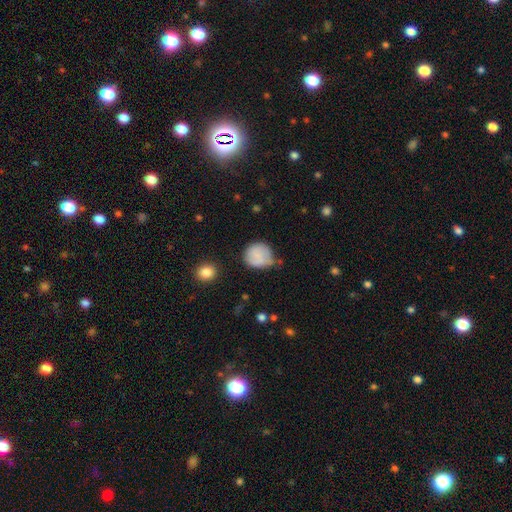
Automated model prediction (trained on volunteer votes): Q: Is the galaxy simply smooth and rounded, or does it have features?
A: smooth — 80%.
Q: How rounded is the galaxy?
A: round — 82%.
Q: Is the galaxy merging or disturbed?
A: none — 51%.